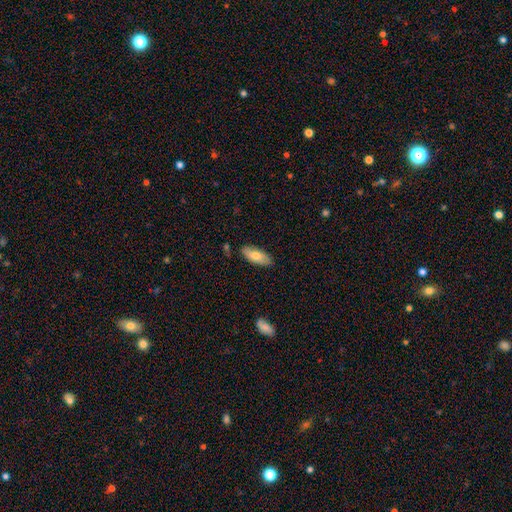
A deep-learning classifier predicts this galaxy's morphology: Smooth or featured? Predicted: smooth (p=0.73). How rounded? Predicted: in between (p=0.77). Merging? Predicted: none (p=0.83).